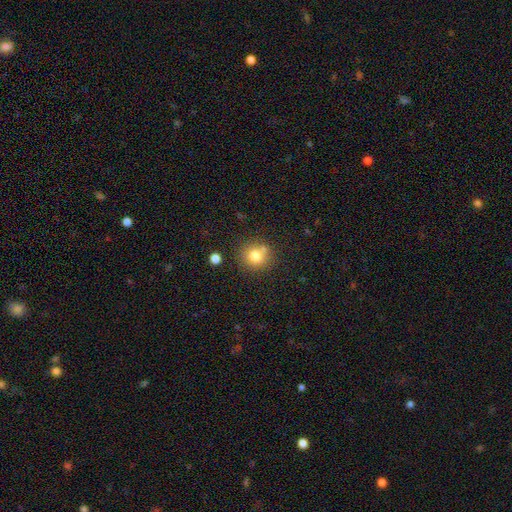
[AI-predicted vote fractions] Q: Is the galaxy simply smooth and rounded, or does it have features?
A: smooth — 78%.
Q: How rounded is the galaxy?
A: round — 91%.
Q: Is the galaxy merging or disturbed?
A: none — 75%.